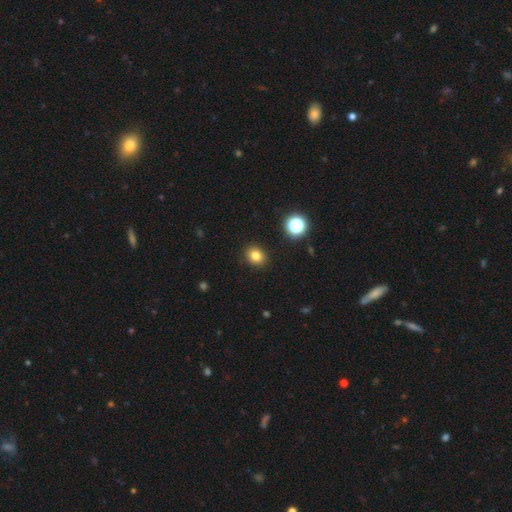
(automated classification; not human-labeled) This is clearly a smooth galaxy (80%). How rounded: possibly round (59%). Merging: clearly none (90%).